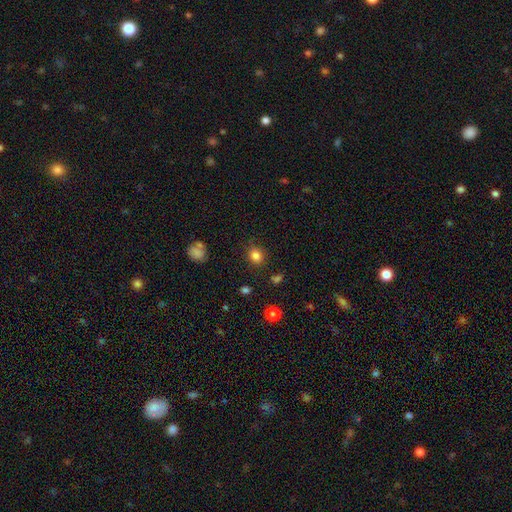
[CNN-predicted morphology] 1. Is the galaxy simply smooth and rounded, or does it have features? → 83% smooth, 12% star or artifact, 5% featured or disk.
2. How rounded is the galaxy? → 76% round, 24% in between, 1% cigar-shaped.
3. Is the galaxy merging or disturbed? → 85% none, 10% minor disturbance, 3% major disturbance, 2% merger.